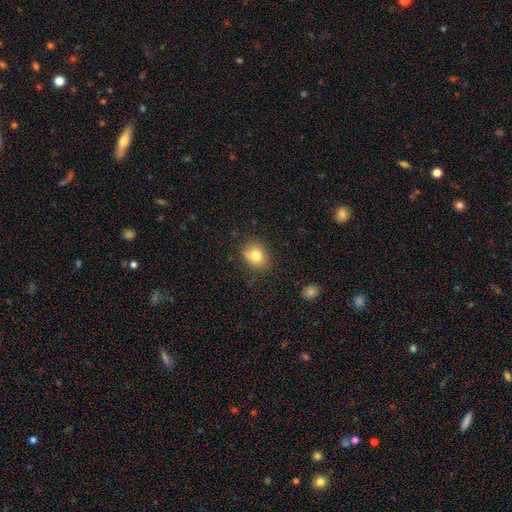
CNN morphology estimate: Q: Smooth or featured?
A: smooth (78%); runner-up: featured or disk (11%)
Q: How rounded?
A: round (67%); runner-up: in between (32%)
Q: Merging?
A: none (77%); runner-up: minor disturbance (18%)